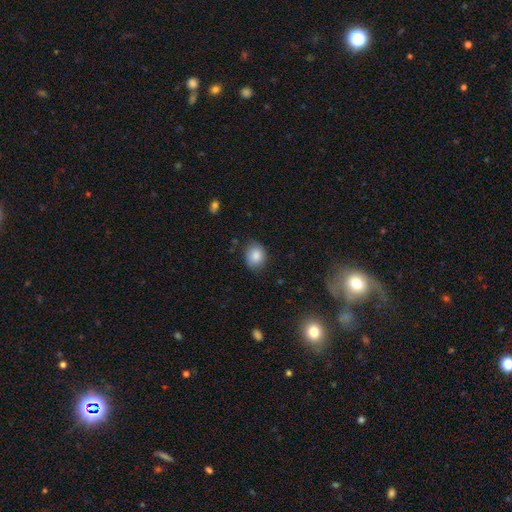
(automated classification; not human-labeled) A smooth galaxy with no disk features (85%) that is round (54%). Merging: none (75%).